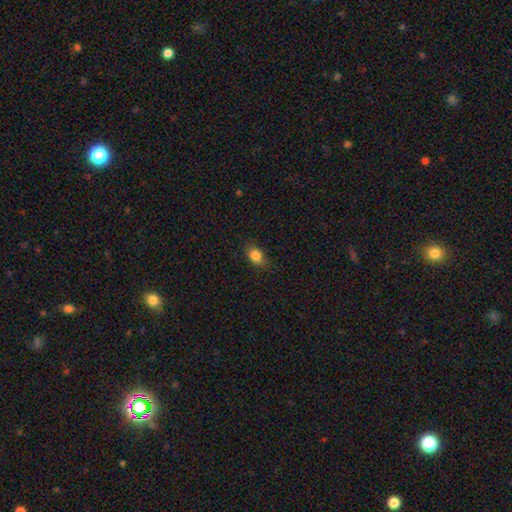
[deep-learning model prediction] Q: Smooth or featured?
A: smooth (83%); runner-up: star or artifact (10%)
Q: How rounded?
A: in between (72%); runner-up: round (24%)
Q: Merging?
A: none (79%); runner-up: minor disturbance (16%)